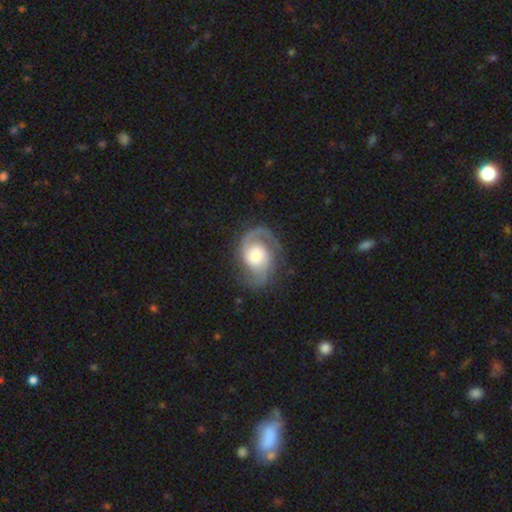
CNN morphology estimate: smooth_or_featured: featured or disk (p=0.86) [alt: smooth p=0.09]
disk_edge_on: no (p=0.98) [alt: yes p=0.02]
bar: no (p=0.65) [alt: weak p=0.28]
has_spiral_arms: yes (p=0.97) [alt: no p=0.03]
spiral_winding: medium (p=0.52) [alt: tight p=0.25]
spiral_arm_count: 2 (p=0.87) [alt: 1 p=0.05]
bulge_size: moderate (p=0.41) [alt: large p=0.30]
merging: none (p=0.72) [alt: minor disturbance p=0.16]